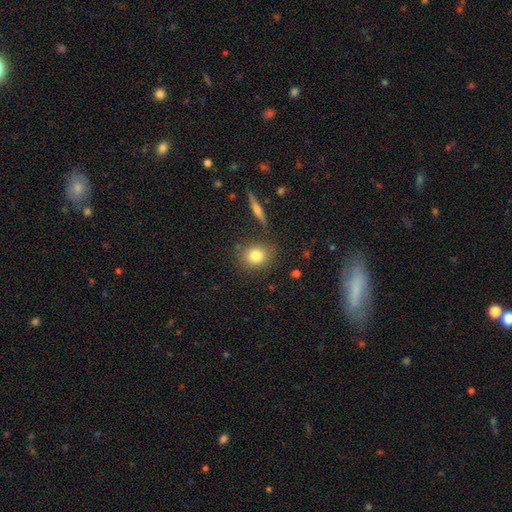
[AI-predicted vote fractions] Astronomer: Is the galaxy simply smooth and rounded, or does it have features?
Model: smooth — 80%.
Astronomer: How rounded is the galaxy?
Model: round — 70%.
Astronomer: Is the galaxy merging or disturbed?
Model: none — 80%.